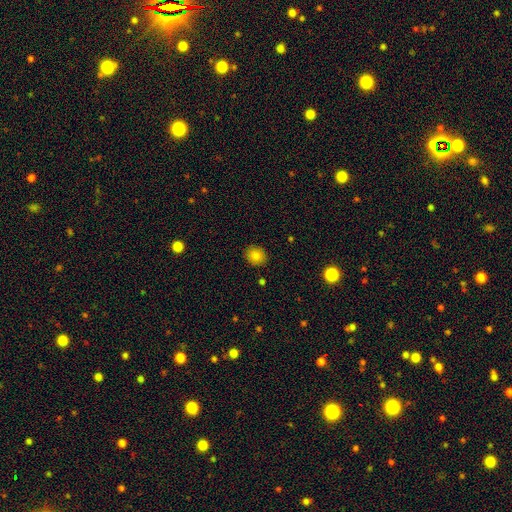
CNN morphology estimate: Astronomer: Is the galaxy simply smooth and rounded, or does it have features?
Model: smooth — 83%.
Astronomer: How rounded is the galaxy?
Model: round — 70%.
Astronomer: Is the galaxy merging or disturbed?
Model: none — 89%.